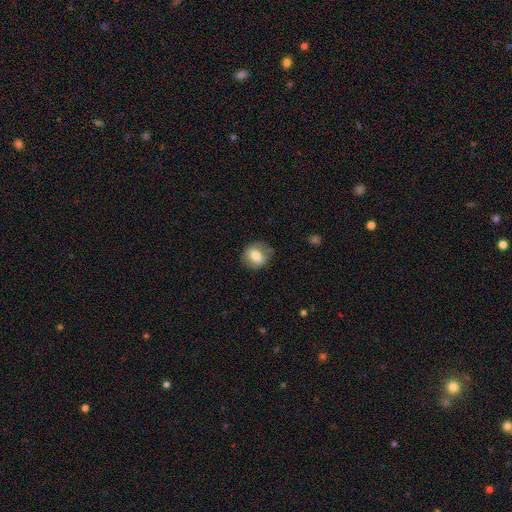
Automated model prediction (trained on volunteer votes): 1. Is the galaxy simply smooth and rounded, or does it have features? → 71% smooth, 21% featured or disk, 8% star or artifact.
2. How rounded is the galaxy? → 62% round, 37% in between, 1% cigar-shaped.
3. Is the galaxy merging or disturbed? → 68% none, 22% minor disturbance, 8% major disturbance, 2% merger.